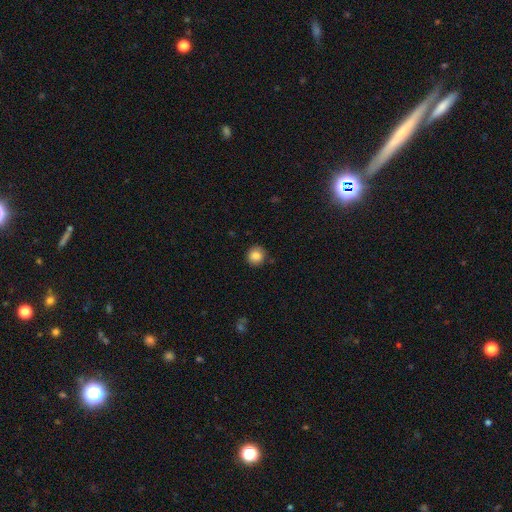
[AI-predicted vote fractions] Morphology: type=smooth (84%); roundness=round (91%); merging=none (85%).